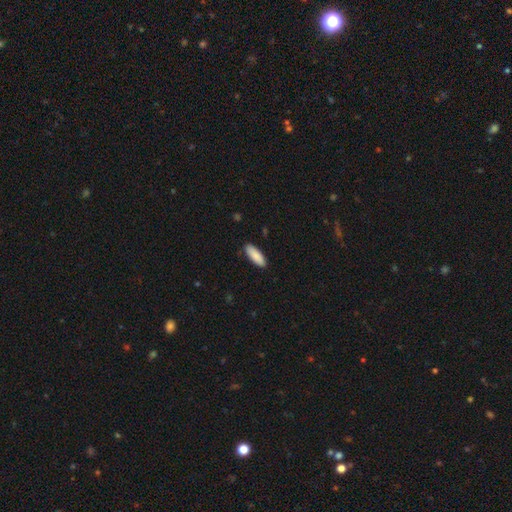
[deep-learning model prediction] The model was most divided on "how rounded": in between: 68%, cigar-shaped: 30%, round: 2%. More confident: merging — none (89%); smooth or featured — smooth (89%).